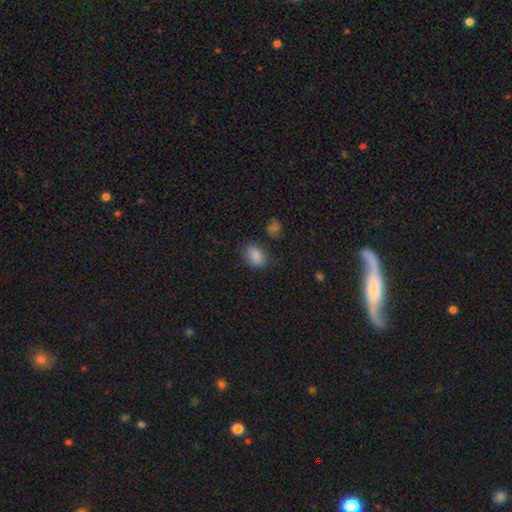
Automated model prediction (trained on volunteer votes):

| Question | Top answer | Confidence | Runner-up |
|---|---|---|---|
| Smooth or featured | smooth | 86% | star or artifact (9%) |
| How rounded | in between | 79% | round (20%) |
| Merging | none | 69% | minor disturbance (22%) |